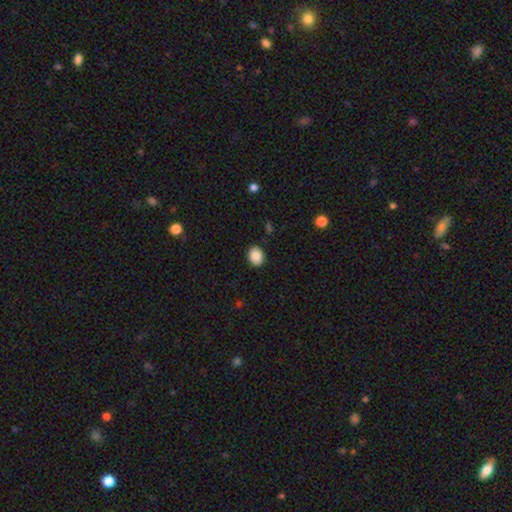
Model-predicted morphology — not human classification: Smooth or featured? Predicted: smooth (p=0.86). How rounded? Predicted: round (p=0.51). Merging? Predicted: none (p=0.90).